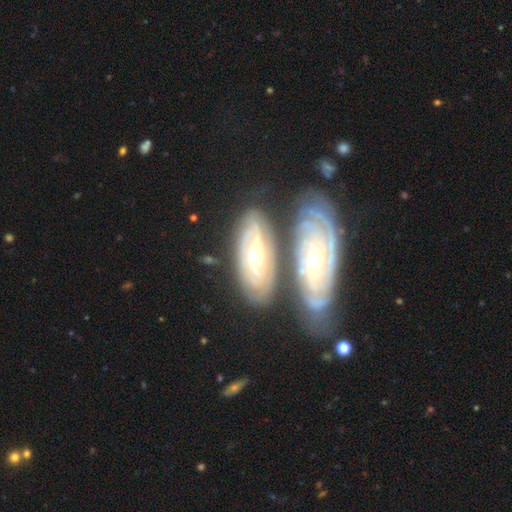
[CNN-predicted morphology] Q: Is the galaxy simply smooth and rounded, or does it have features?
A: featured or disk — 82%.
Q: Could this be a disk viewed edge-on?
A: no — 86%.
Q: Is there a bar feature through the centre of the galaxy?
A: no — 57%.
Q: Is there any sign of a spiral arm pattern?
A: yes — 90%.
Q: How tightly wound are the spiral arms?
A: tight — 79%.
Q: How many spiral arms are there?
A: can't tell — 43%.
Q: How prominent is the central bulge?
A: moderate — 73%.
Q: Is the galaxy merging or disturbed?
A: none — 57%.